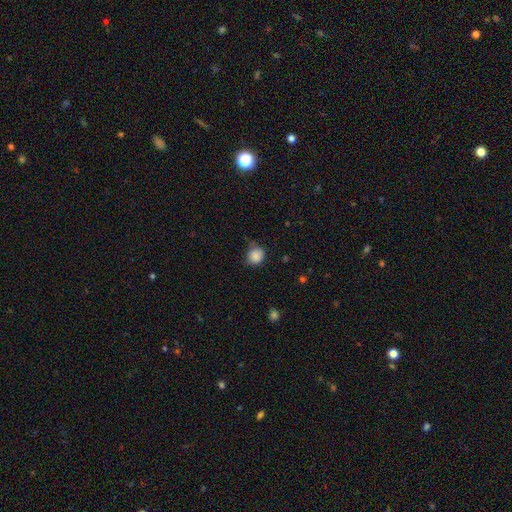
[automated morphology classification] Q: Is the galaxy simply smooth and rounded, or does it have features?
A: smooth — 86%.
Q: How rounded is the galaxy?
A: round — 82%.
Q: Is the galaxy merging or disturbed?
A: none — 61%.